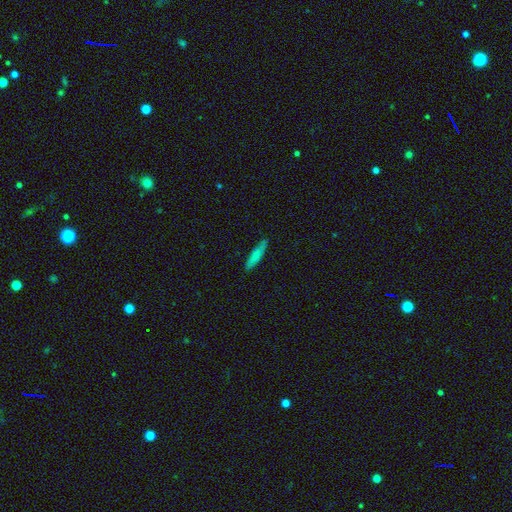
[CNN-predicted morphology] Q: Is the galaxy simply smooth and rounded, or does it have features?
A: smooth — 76%.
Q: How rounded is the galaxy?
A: cigar-shaped — 85%.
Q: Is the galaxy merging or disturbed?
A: none — 86%.